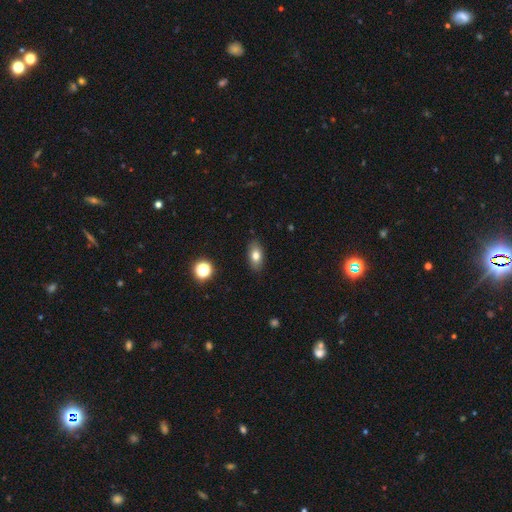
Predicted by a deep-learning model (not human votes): Overall: smooth (77%). How rounded: in between (86%). Merging: none (87%).